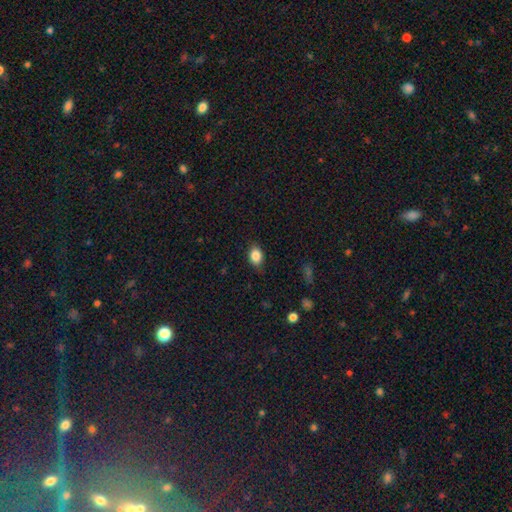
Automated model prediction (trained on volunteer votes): Overall: smooth (85%). How rounded: in between (72%). Merging: none (80%).